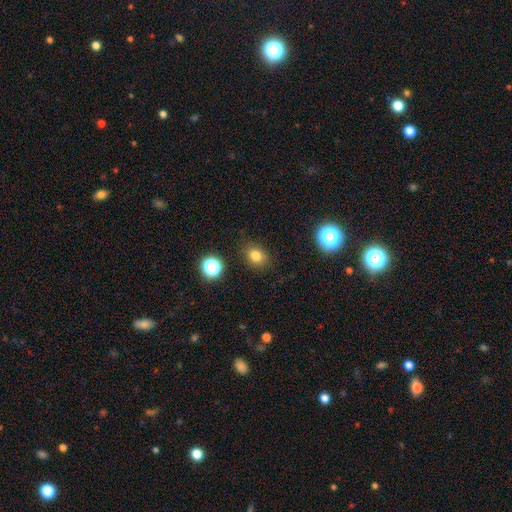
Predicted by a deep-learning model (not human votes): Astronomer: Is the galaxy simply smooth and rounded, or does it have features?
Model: smooth — 79%.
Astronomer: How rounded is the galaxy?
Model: round — 51% (runner-up: in between, 48%).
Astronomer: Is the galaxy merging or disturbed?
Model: none — 85%.